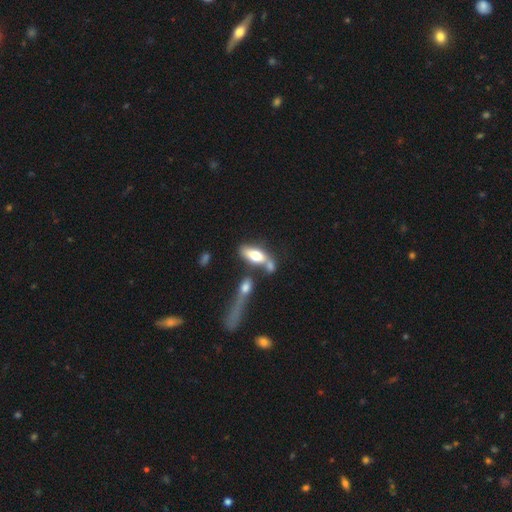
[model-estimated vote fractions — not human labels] A smooth galaxy with no disk features (63%) that is in between round and cigar-shaped (76%).

Vote fractions:
- Smooth or featured? smooth: 63% / featured or disk: 31% / star or artifact: 7%
- How rounded? in between: 76% / cigar-shaped: 21% / round: 3%
- Merging? none: 40% / merger: 37% / minor disturbance: 13% / major disturbance: 9%